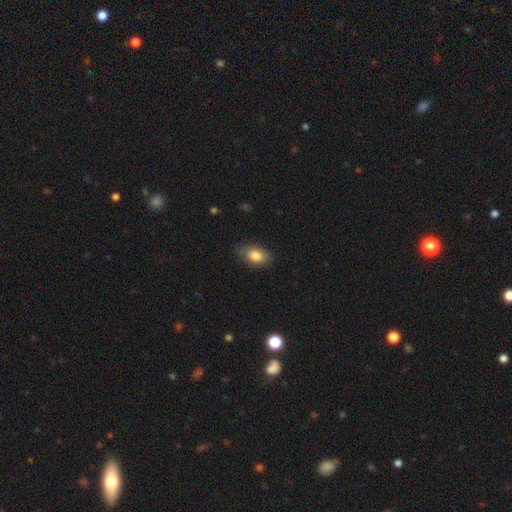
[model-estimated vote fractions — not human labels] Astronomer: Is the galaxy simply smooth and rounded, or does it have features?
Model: smooth — 83%.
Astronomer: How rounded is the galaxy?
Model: in between — 87%.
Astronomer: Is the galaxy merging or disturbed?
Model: none — 75%.